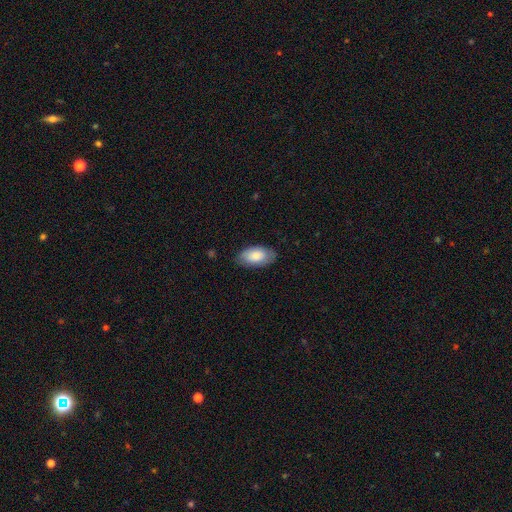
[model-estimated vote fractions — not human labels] Smooth or featured?
  - smooth: 82% *
  - featured or disk: 12%
  - star or artifact: 6%
How rounded?
  - in between: 95% *
  - round: 3%
  - cigar-shaped: 2%
Merging?
  - none: 80% *
  - minor disturbance: 16%
  - major disturbance: 3%
  - merger: 1%